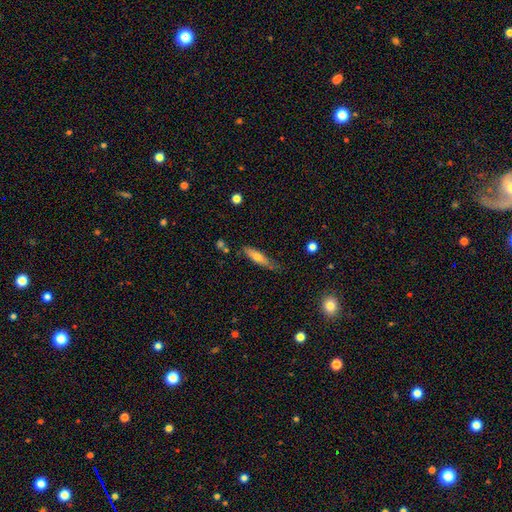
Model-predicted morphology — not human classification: Smooth or featured?
  - smooth: 56% *
  - featured or disk: 37%
  - star or artifact: 7%
How rounded?
  - cigar-shaped: 75% *
  - in between: 23%
  - round: 2%
Merging?
  - none: 68% *
  - minor disturbance: 24%
  - major disturbance: 5%
  - merger: 4%